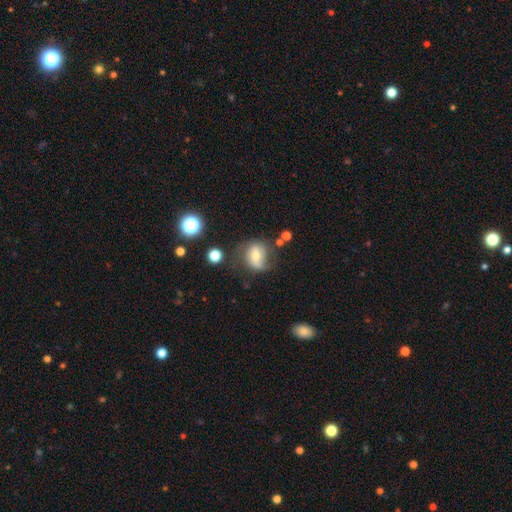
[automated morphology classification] smooth-or-featured: featured or disk: 46% | smooth: 43% | star or artifact: 11%
  merging: none: 50% | minor disturbance: 28% | major disturbance: 18% | merger: 4%